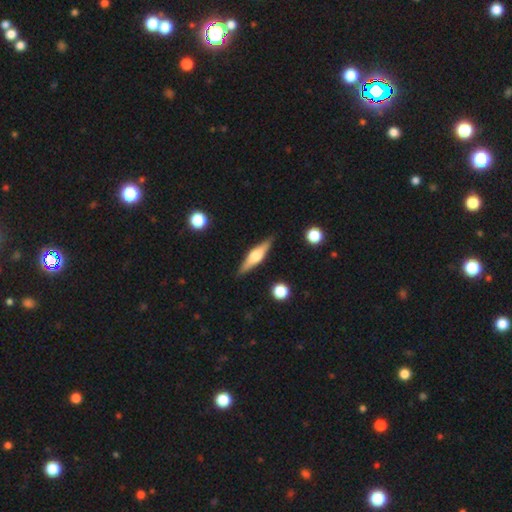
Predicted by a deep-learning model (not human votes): Morphology: type=featured or disk (66%); edge-on=yes (96%); edge-on bulge=rounded (91%); merging=none (88%).